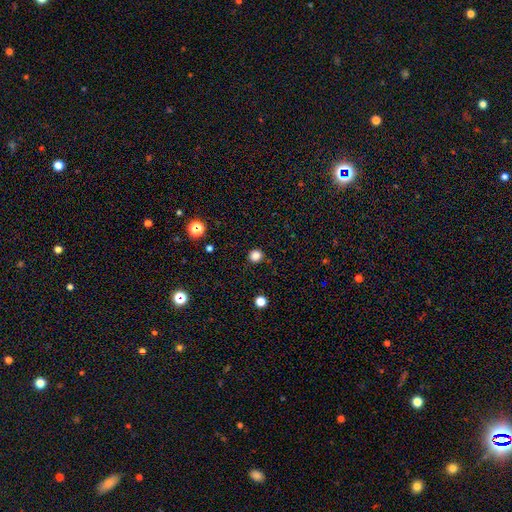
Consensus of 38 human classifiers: This is clearly a smooth galaxy (92%). How rounded: clearly round (94%). Merging: clearly none (95%).